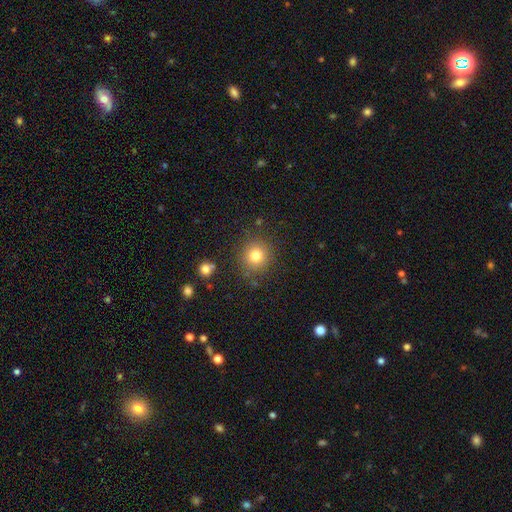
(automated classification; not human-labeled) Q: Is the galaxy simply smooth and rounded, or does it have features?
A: smooth — 80%.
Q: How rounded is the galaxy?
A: round — 92%.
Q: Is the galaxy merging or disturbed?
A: none — 86%.